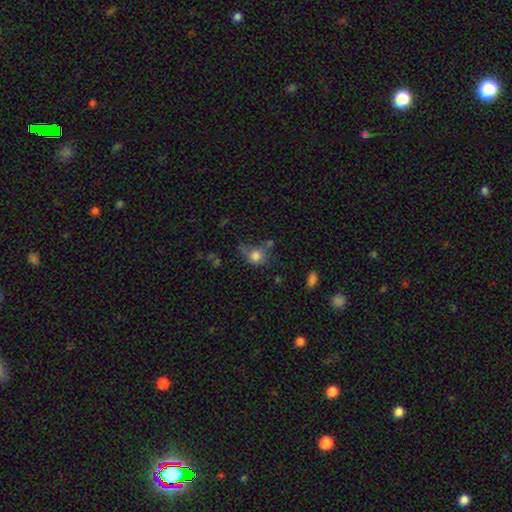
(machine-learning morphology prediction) The model was most divided on "merging": none: 44%, minor disturbance: 28%, major disturbance: 16%, merger: 12%. More confident: smooth or featured — smooth (80%); how rounded — round (67%).